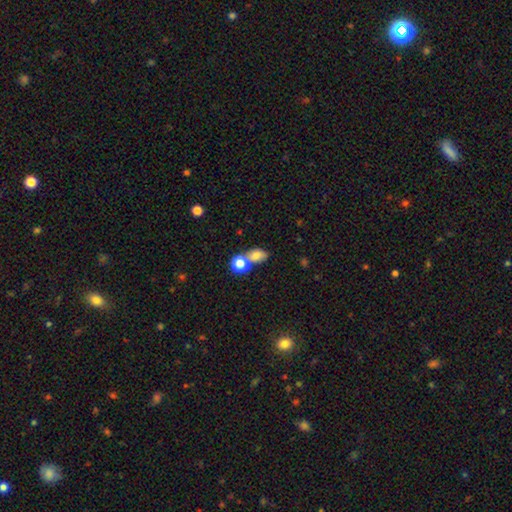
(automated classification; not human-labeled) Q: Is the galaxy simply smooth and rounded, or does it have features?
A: smooth — 78%.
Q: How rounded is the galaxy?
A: in between — 68%.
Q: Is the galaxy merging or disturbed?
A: none — 44%.